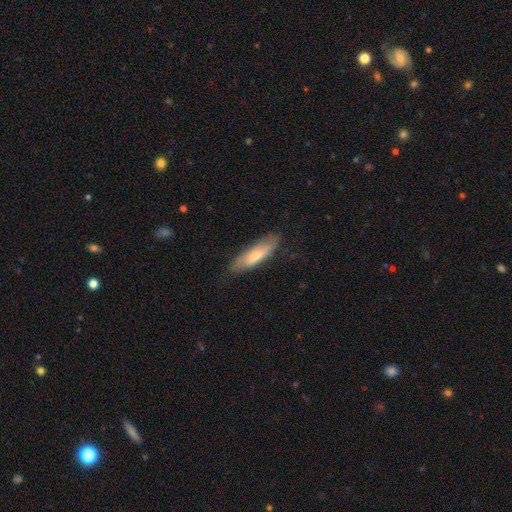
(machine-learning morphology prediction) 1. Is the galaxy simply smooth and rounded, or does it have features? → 67% smooth, 27% featured or disk, 6% star or artifact.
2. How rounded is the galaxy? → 65% cigar-shaped, 34% in between, 2% round.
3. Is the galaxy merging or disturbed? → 79% none, 16% minor disturbance, 3% major disturbance, 1% merger.